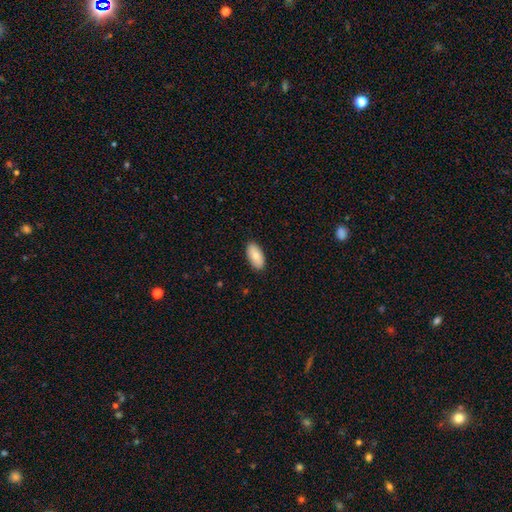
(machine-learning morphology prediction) A smooth galaxy with no disk features (81%) that is in between round and cigar-shaped (93%). Merging: none (89%).